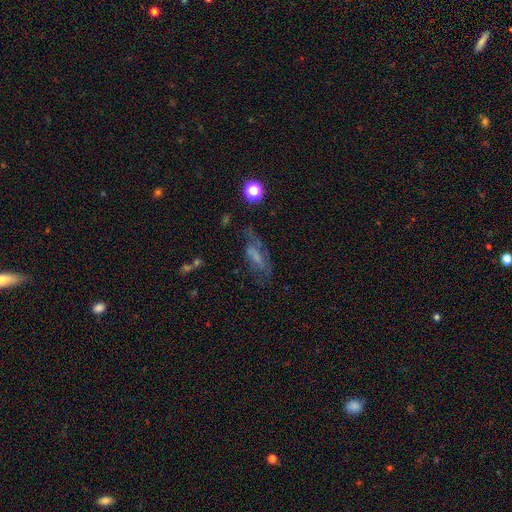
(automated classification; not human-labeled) Morphology: type=smooth (43%); merging=none (51%).